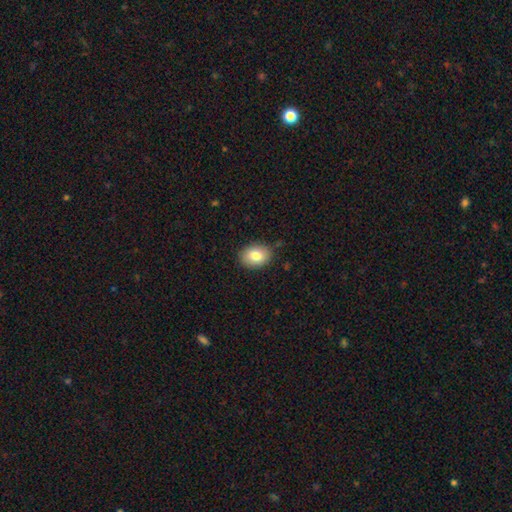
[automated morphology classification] smooth_or_featured: smooth (p=0.82) [alt: featured or disk p=0.10]
how_rounded: in between (p=0.68) [alt: round p=0.31]
merging: none (p=0.84) [alt: minor disturbance p=0.12]